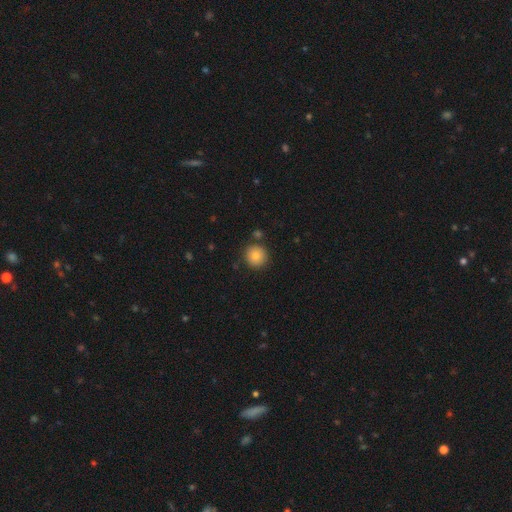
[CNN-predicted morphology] Smooth or featured? Predicted: smooth (p=0.83). How rounded? Predicted: round (p=0.94). Merging? Predicted: none (p=0.85).